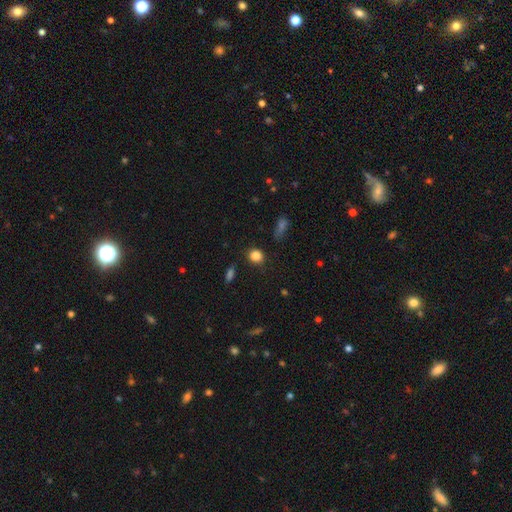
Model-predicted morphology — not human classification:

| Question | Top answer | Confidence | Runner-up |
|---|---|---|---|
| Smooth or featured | smooth | 85% | star or artifact (11%) |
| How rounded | round | 72% | in between (26%) |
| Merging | none | 82% | minor disturbance (12%) |